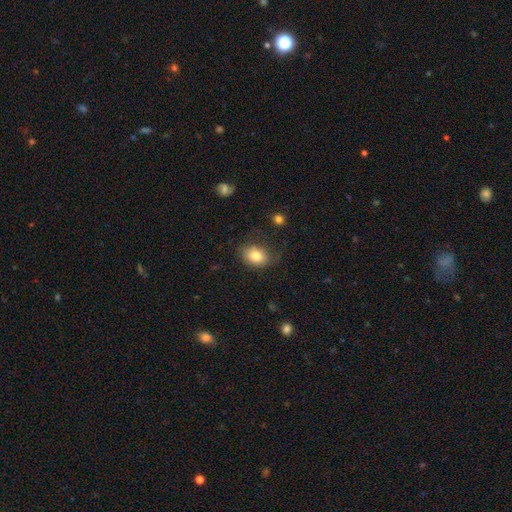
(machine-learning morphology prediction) The model was most divided on "how rounded": in between: 62%, round: 37%, cigar-shaped: 1%. More confident: smooth or featured — smooth (80%); merging — none (67%).